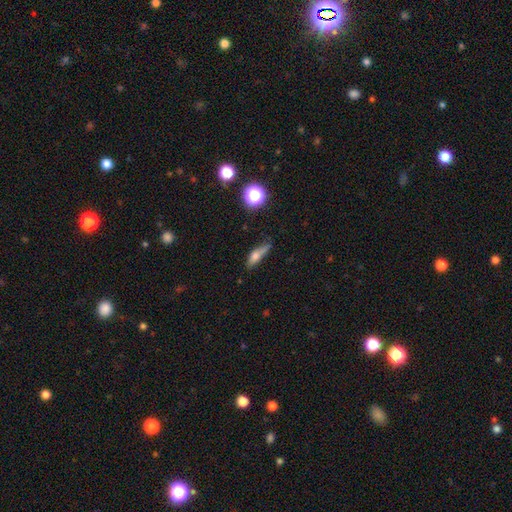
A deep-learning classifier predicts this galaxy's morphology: smooth_or_featured: smooth (p=0.64) [alt: featured or disk p=0.25]
how_rounded: cigar-shaped (p=0.51) [alt: in between p=0.43]
merging: none (p=0.50) [alt: minor disturbance p=0.34]